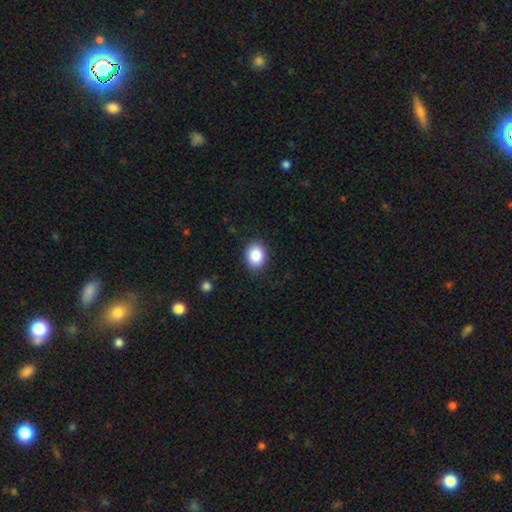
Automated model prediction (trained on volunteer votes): A smooth galaxy with no disk features (87%) that is in between round and cigar-shaped (55%).

Vote fractions:
- Smooth or featured? smooth: 87% / star or artifact: 8% / featured or disk: 5%
- How rounded? in between: 55% / round: 45% / cigar-shaped: 1%
- Merging? none: 87% / minor disturbance: 9% / major disturbance: 3% / merger: 1%